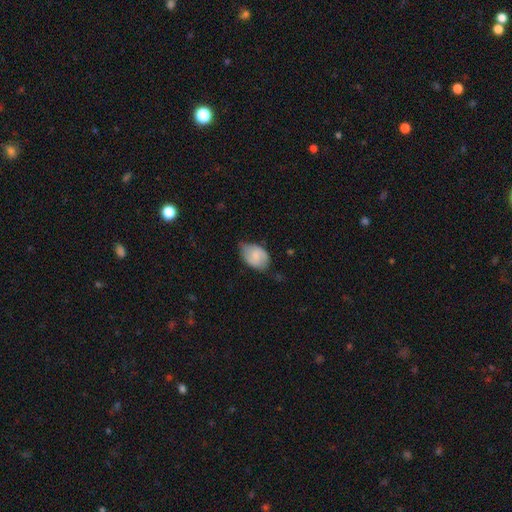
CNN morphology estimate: smooth 65%, featured or disk 28%, star or artifact 7%. Down the decision tree: how rounded — in between (85%); merging — none (52%).